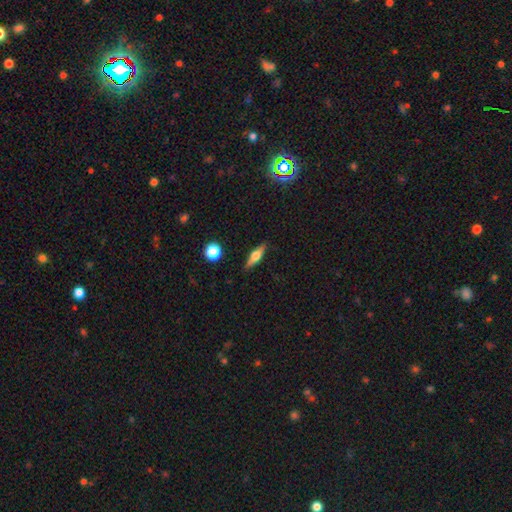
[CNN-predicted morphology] type=featured or disk (51%); edge-on=yes (93%); merging=none (86%).